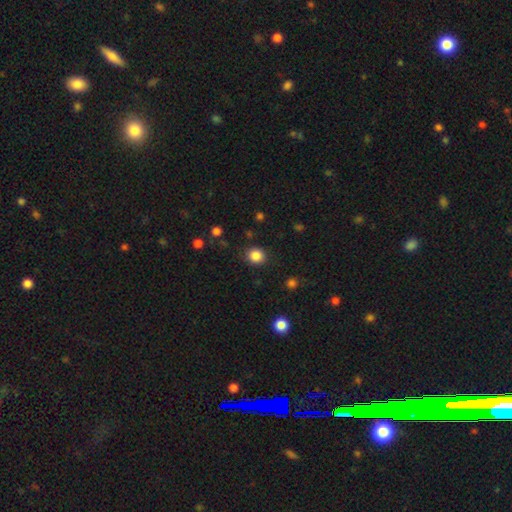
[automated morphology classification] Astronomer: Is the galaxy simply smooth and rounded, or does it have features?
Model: smooth — 85%.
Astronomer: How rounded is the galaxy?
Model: round — 85%.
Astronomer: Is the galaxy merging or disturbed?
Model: none — 88%.